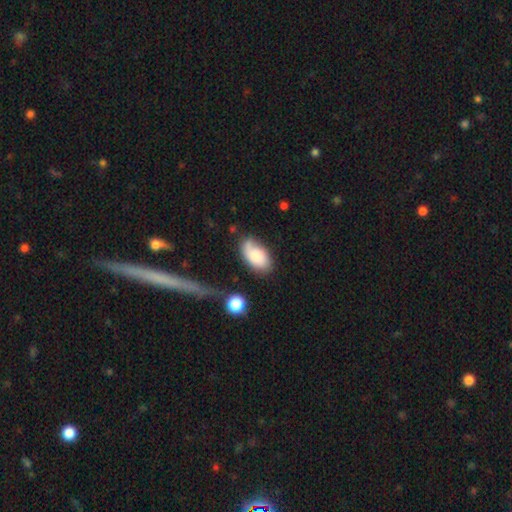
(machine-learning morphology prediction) The model was most divided on "merging": none: 56%, minor disturbance: 26%, major disturbance: 11%, merger: 6%. More confident: how rounded — in between (93%); smooth or featured — smooth (71%).